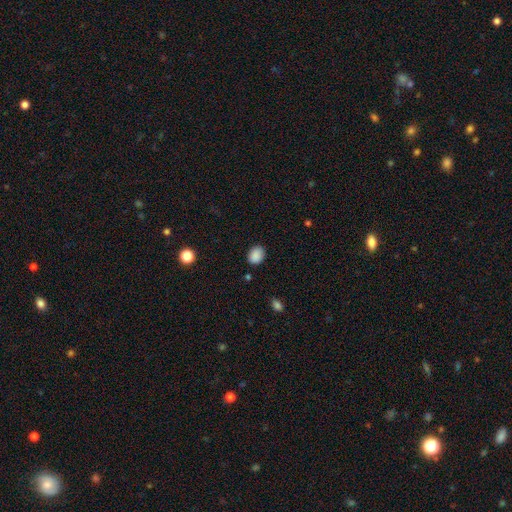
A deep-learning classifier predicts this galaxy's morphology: Overall: smooth (88%). How rounded: in between (63%; round 36%). Merging: none (83%).